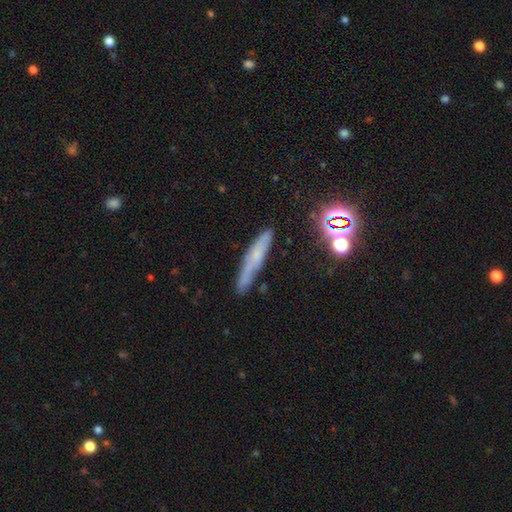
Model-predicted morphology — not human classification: Smooth or featured?
  - smooth: 43% *
  - featured or disk: 37%
  - star or artifact: 20%
Merging?
  - none: 70% *
  - minor disturbance: 21%
  - major disturbance: 5%
  - merger: 4%